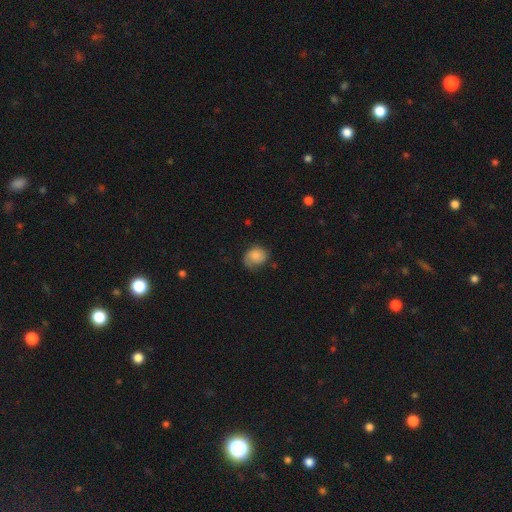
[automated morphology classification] type=smooth (70%); roundness=round (60%); merging=none (53%).